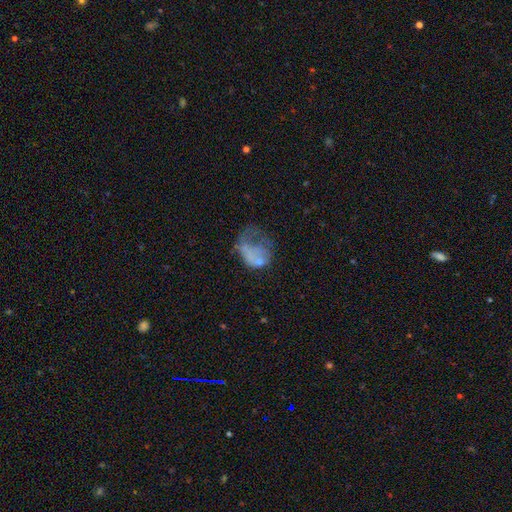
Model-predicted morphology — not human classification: Overall: smooth (46%; featured or disk 39%). Merging: major disturbance (51%; none 22%).